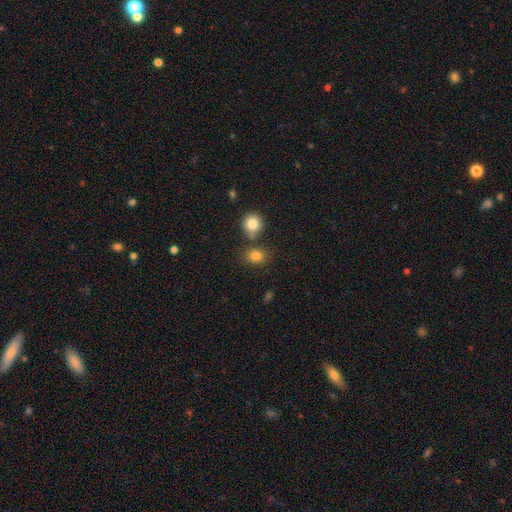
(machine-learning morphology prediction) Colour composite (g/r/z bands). It shows a smooth galaxy with no disk features (82%) that is round (54%). Merging: none (66%).